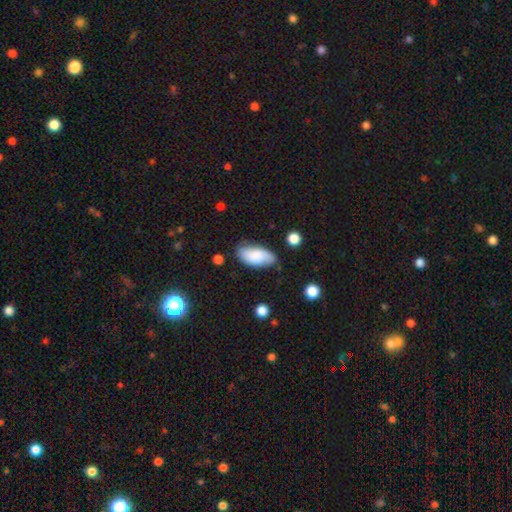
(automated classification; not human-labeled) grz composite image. It shows a smooth galaxy with no disk features (78%) that is in between round and cigar-shaped (92%). Merging: none (69%).